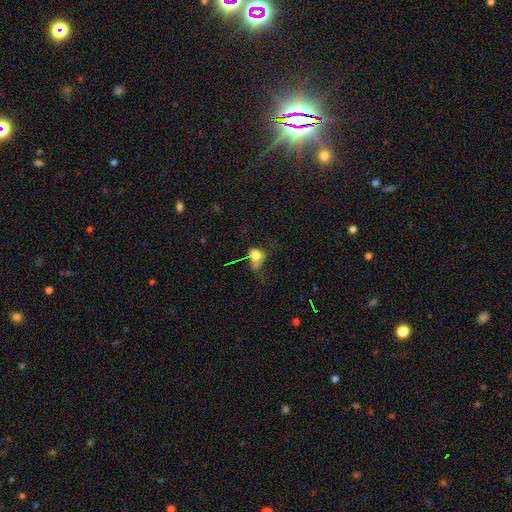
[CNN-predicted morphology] This appears to be a smooth galaxy with no disk features (72%) that is round (58%). Merging: major disturbance (34%).